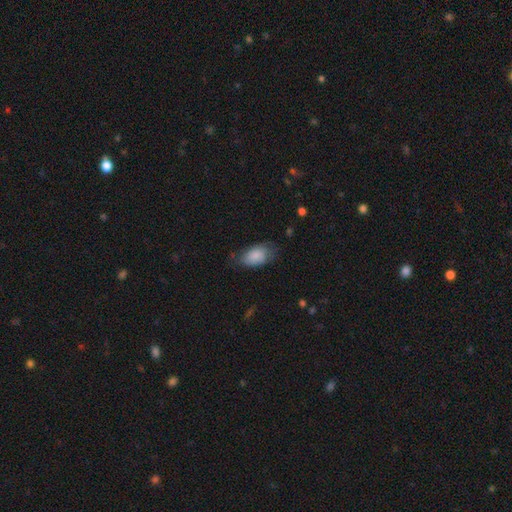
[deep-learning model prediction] Smooth or featured: smooth — 80% (featured or disk — 14%)
How rounded: in between — 92% (round — 6%)
Merging: none — 54% (minor disturbance — 32%)